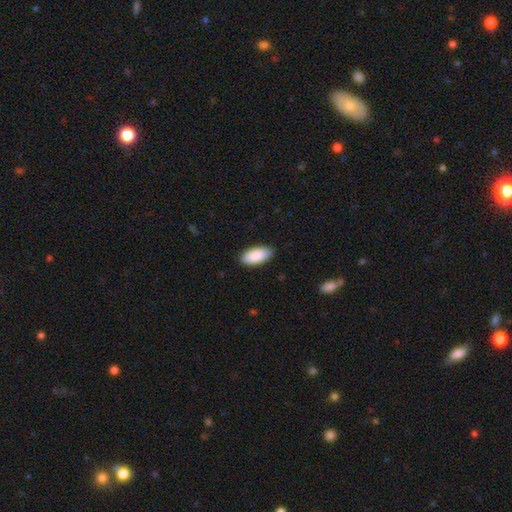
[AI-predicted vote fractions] smooth 90%, star or artifact 5%, featured or disk 4%. Down the decision tree: how rounded — in between (92%); merging — none (89%).